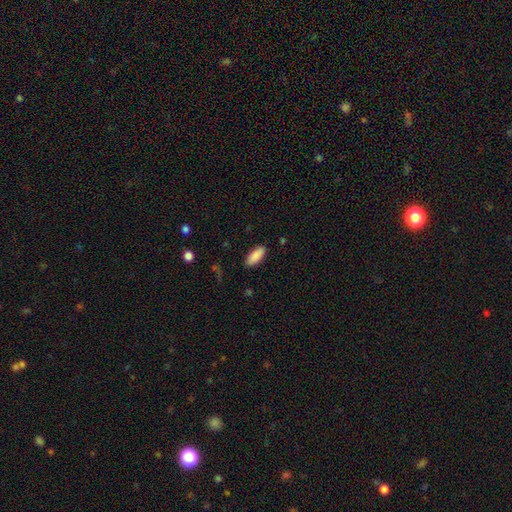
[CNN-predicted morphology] Smooth or featured? smooth (89%)
How rounded? in between (84%)
Merging? none (88%)